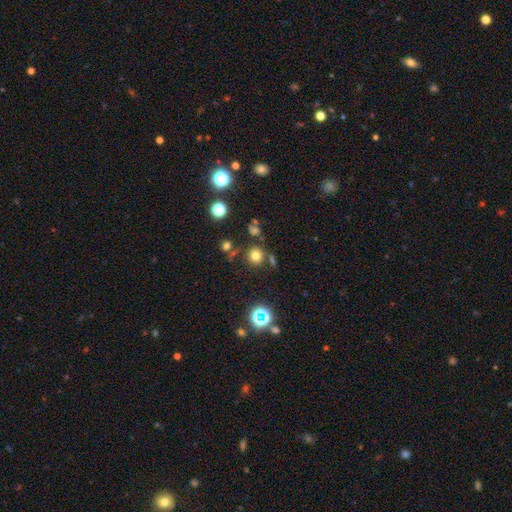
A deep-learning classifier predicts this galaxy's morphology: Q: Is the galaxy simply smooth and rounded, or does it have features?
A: smooth — 72%.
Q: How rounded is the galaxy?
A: round — 91%.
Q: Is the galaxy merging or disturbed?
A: none — 78%.